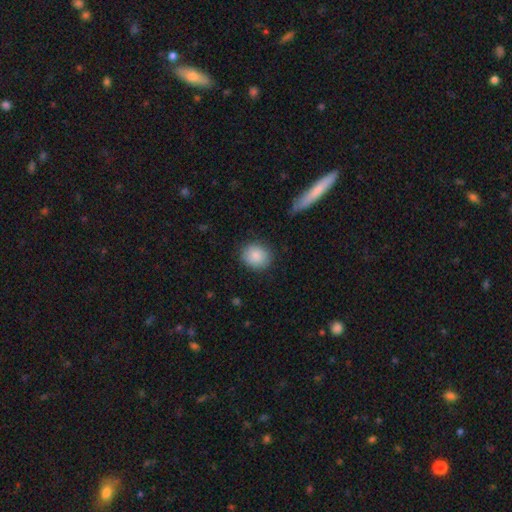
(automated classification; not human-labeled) A smooth galaxy with no disk features (87%) that is round (78%).

Vote fractions:
- Smooth or featured? smooth: 87% / star or artifact: 8% / featured or disk: 5%
- How rounded? round: 78% / in between: 21% / cigar-shaped: 1%
- Merging? none: 87% / minor disturbance: 9% / major disturbance: 3% / merger: 1%